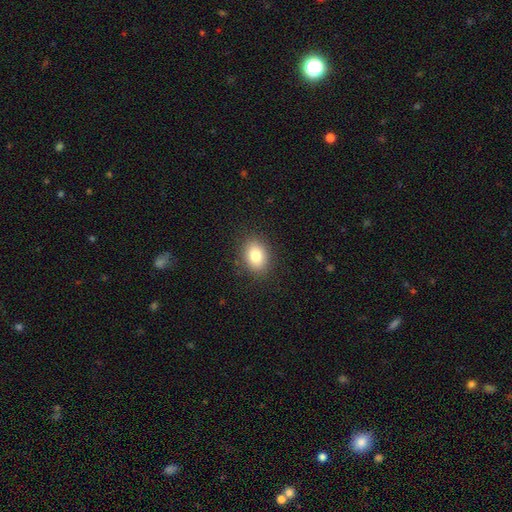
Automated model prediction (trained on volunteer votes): This is clearly a smooth galaxy (82%). How rounded: likely in between (68%). Merging: clearly none (88%).